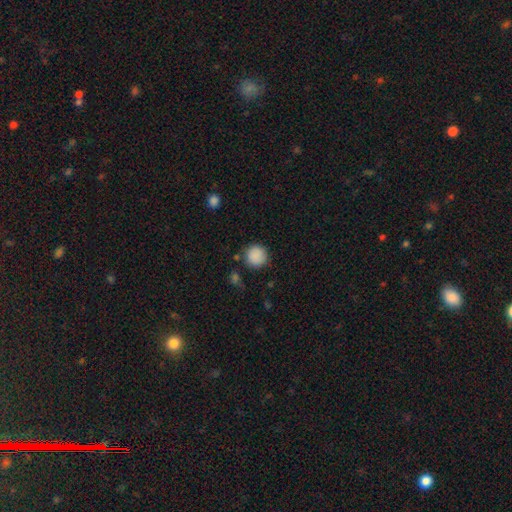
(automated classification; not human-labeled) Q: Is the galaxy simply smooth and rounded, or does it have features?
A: smooth — 88%.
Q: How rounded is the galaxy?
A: round — 93%.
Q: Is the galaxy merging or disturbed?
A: none — 82%.